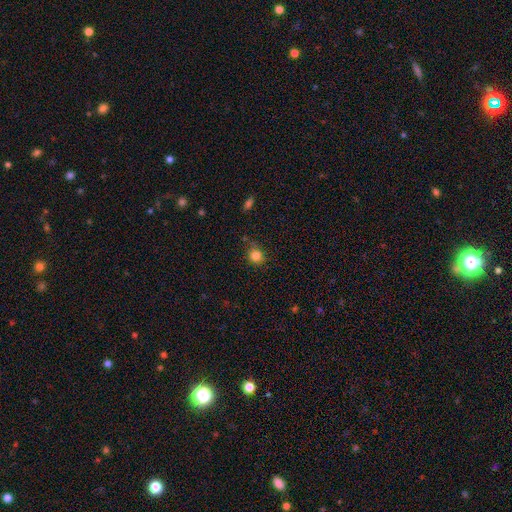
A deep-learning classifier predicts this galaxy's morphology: smooth_or_featured: smooth (p=0.84) [alt: star or artifact p=0.12]
how_rounded: round (p=0.86) [alt: in between p=0.13]
merging: none (p=0.76) [alt: minor disturbance p=0.16]